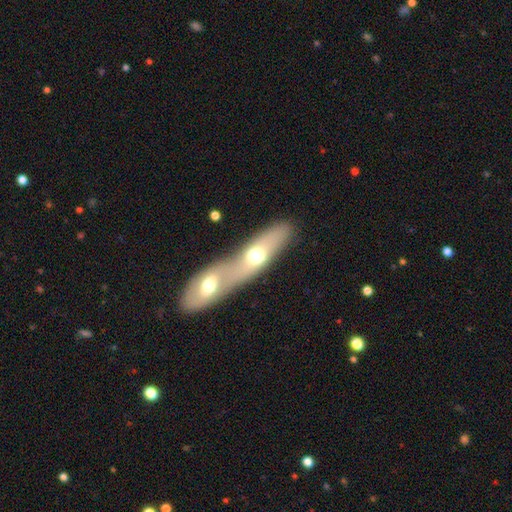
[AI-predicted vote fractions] smooth-or-featured: smooth: 57% | featured or disk: 36% | star or artifact: 6%
  how-rounded: in between: 57% | cigar-shaped: 39% | round: 4%
  merging: merger: 55% | none: 34% | minor disturbance: 8% | major disturbance: 4%